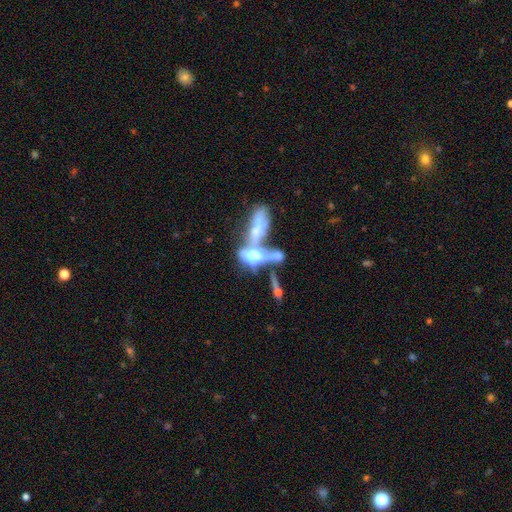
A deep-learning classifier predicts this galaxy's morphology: This is possibly a featured or disk galaxy (49%). Merging: likely merger (70%).